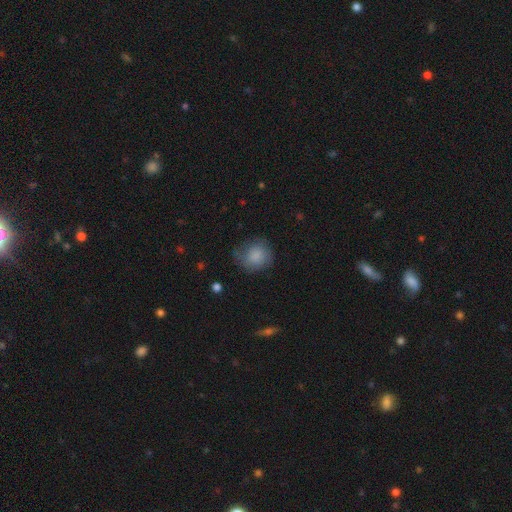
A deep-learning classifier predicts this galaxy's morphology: Q: Smooth or featured?
A: smooth (81%); runner-up: featured or disk (11%)
Q: How rounded?
A: round (80%); runner-up: in between (19%)
Q: Merging?
A: none (60%); runner-up: minor disturbance (28%)